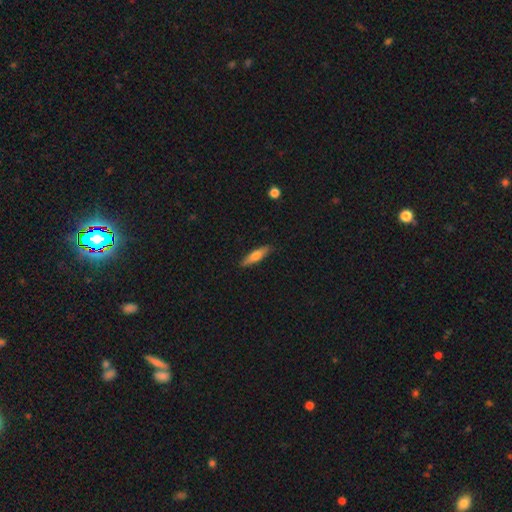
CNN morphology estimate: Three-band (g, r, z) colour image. It shows a smooth galaxy with no disk features (60%) that is cigar-shaped (74%). Merging: none (88%).